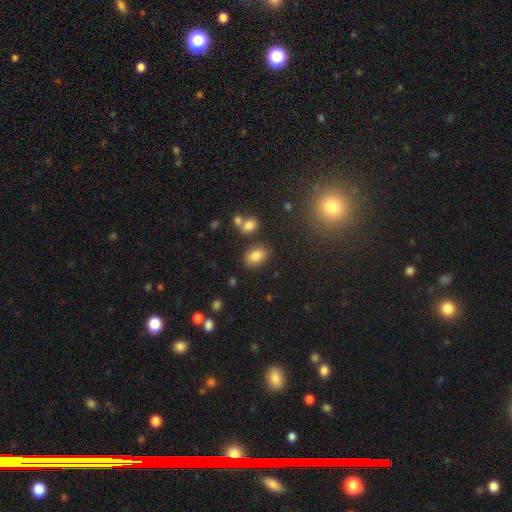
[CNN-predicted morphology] Smooth or featured? smooth (83%)
How rounded? in between (81%)
Merging? none (77%)